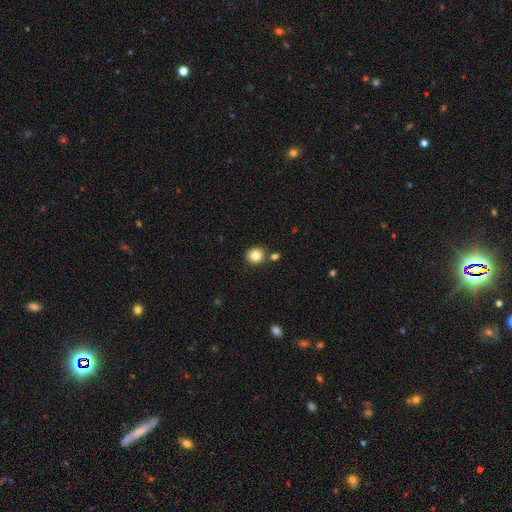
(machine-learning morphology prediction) Overall: smooth (82%). How rounded: round (91%). Merging: none (81%).